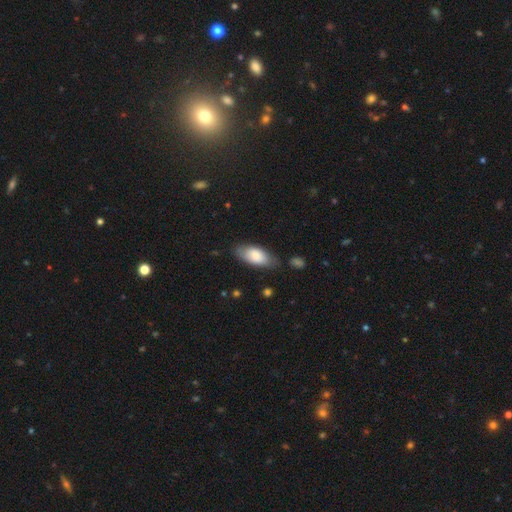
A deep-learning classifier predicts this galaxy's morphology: Smooth or featured? smooth (78%)
How rounded? in between (88%)
Merging? none (70%)